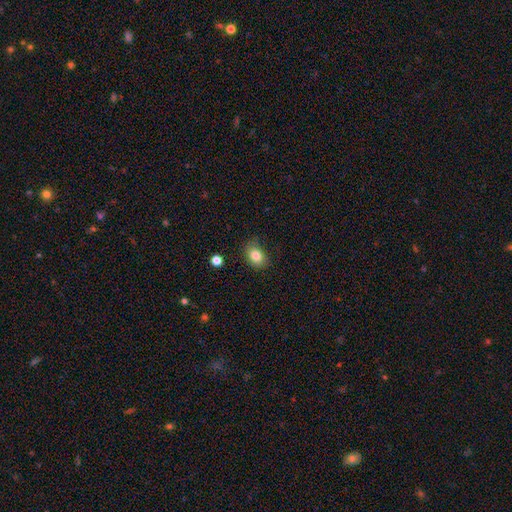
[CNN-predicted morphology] The model was most divided on "how rounded": in between: 68%, round: 31%, cigar-shaped: 1%. More confident: smooth or featured — smooth (83%); merging — none (75%).